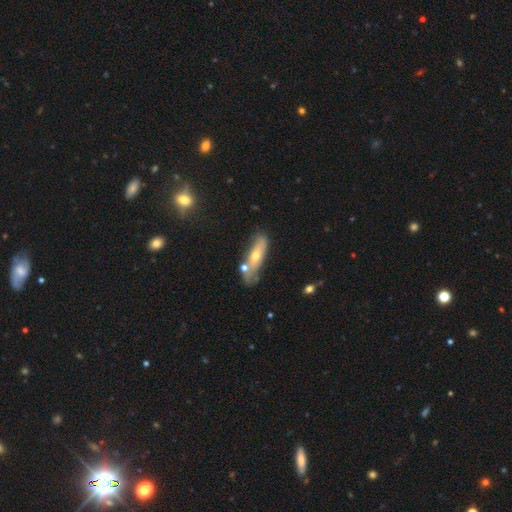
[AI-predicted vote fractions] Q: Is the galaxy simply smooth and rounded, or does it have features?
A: featured or disk — 47%.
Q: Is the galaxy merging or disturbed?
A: none — 55%.